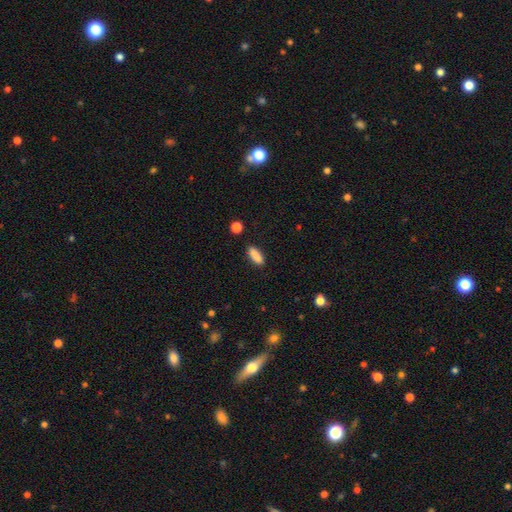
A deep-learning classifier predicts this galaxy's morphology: Smooth or featured?
  - smooth: 88% *
  - star or artifact: 7%
  - featured or disk: 5%
How rounded?
  - in between: 64% *
  - cigar-shaped: 34%
  - round: 2%
Merging?
  - none: 87% *
  - minor disturbance: 9%
  - major disturbance: 2%
  - merger: 2%